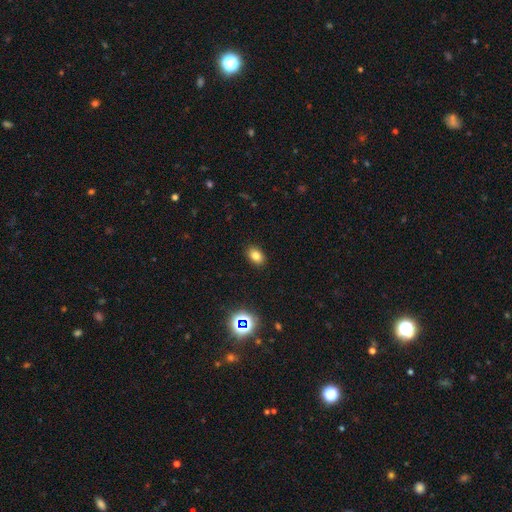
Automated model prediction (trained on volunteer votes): A smooth galaxy with no disk features (79%) that is in between round and cigar-shaped (78%).

Vote fractions:
- Smooth or featured? smooth: 79% / star or artifact: 14% / featured or disk: 7%
- How rounded? in between: 78% / round: 21% / cigar-shaped: 1%
- Merging? none: 89% / minor disturbance: 8% / major disturbance: 2% / merger: 1%